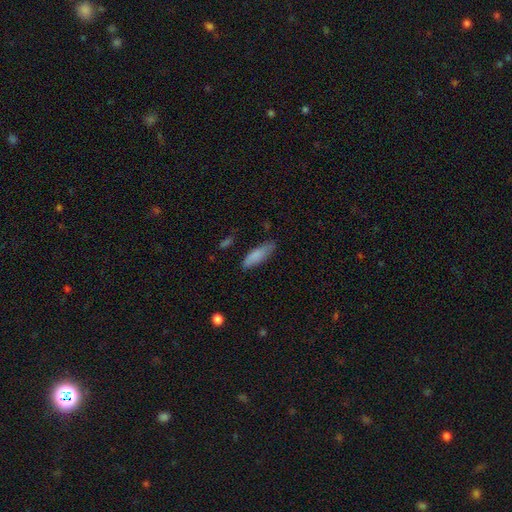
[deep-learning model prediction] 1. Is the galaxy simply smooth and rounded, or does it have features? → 82% smooth, 12% featured or disk, 6% star or artifact.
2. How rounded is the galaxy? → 56% cigar-shaped, 42% in between, 2% round.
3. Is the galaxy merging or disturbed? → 76% none, 19% minor disturbance, 4% major disturbance, 2% merger.